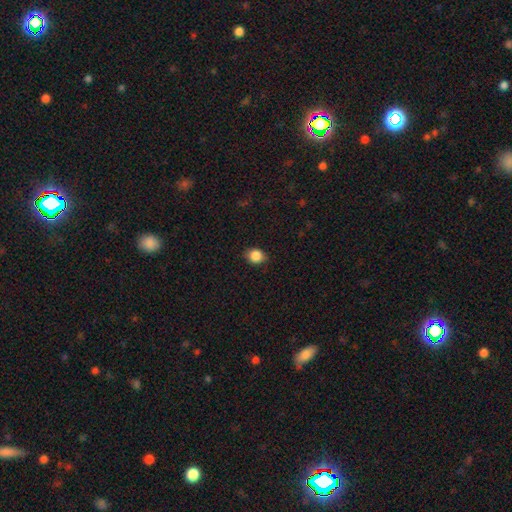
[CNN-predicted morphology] Smooth or featured? smooth (86%)
How rounded? round (62%)
Merging? none (85%)